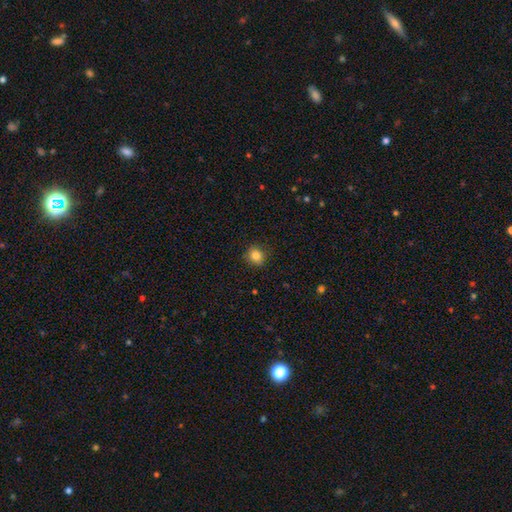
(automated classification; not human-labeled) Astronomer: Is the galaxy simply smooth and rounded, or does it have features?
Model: smooth — 84%.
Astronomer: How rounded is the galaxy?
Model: round — 84%.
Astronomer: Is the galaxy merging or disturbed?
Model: none — 89%.